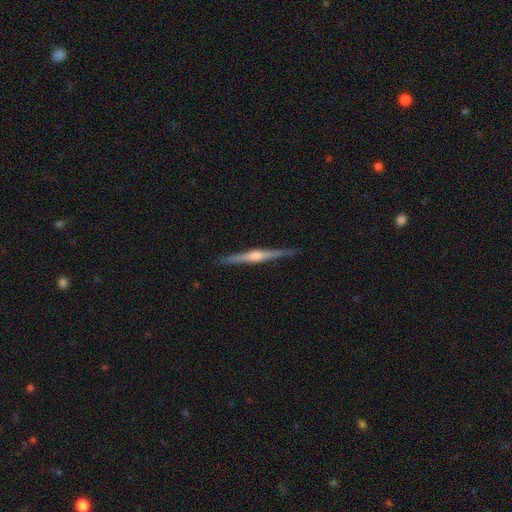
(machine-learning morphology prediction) Smooth or featured? Predicted: featured or disk (p=0.82). Edge-on disk? Predicted: yes (p=0.98). Edge-on bulge? Predicted: rounded (p=0.87). Merging? Predicted: none (p=0.91).